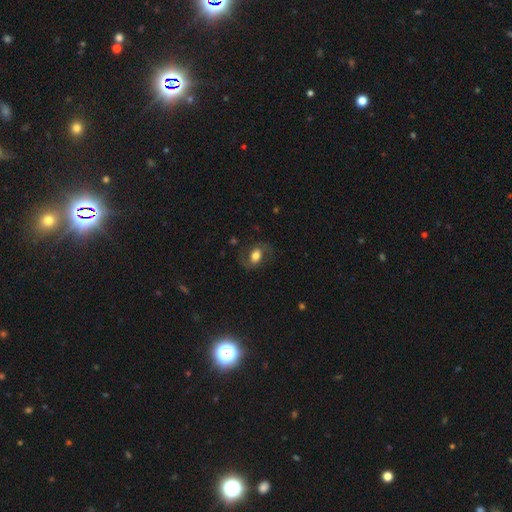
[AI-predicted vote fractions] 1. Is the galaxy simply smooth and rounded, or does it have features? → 55% smooth, 36% featured or disk, 9% star or artifact.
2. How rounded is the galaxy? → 72% in between, 27% round, 2% cigar-shaped.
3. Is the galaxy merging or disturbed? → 69% none, 17% minor disturbance, 13% major disturbance, 1% merger.